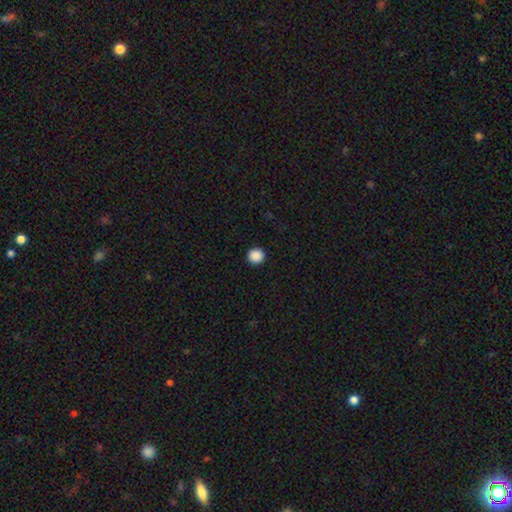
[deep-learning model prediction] Smooth or featured: smooth — 89% (star or artifact — 9%)
How rounded: round — 95% (in between — 4%)
Merging: none — 94% (minor disturbance — 4%)